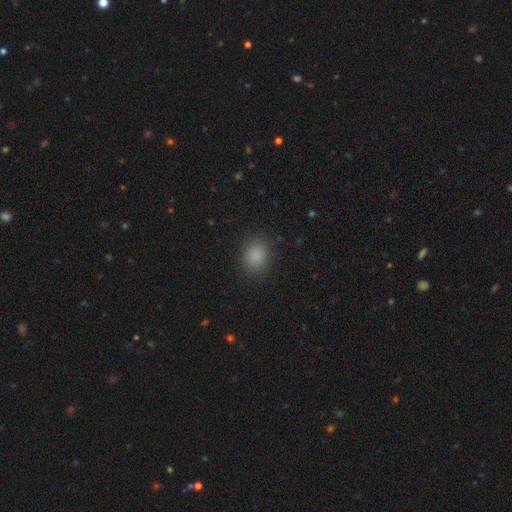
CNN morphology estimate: type=smooth (85%); roundness=round (53%); merging=none (85%).